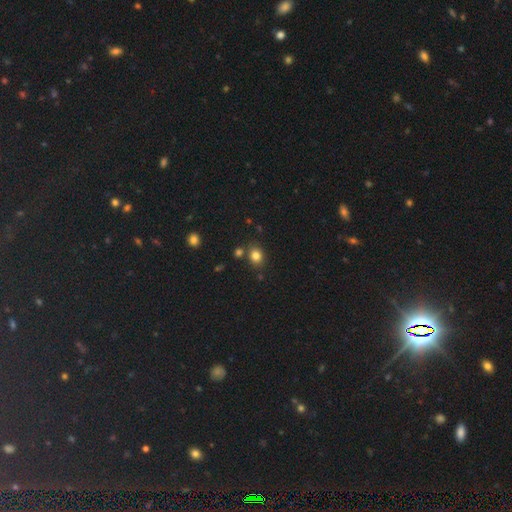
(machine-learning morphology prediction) This is clearly a smooth galaxy (82%). How rounded: possibly round (60%). Merging: likely none (77%).